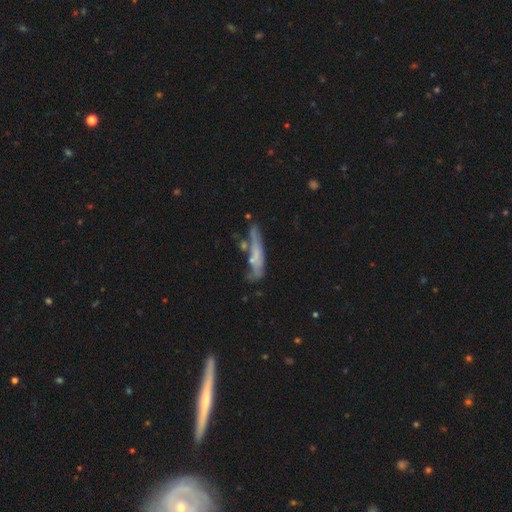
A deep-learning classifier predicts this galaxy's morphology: Overall: smooth (50%; featured or disk 41%). Merging: none (46%; minor disturbance 24%).